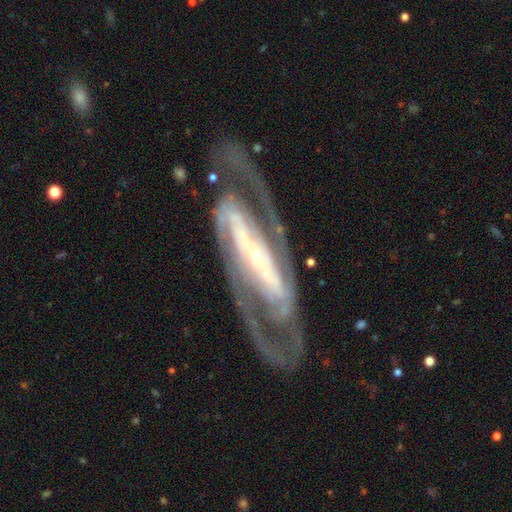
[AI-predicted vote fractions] A featured or disk galaxy (91%) with a strong bar (70%), 2 (90%) medium (48%) spiral arms (96%) and a small central bulge (79%). Merging: none (77%).